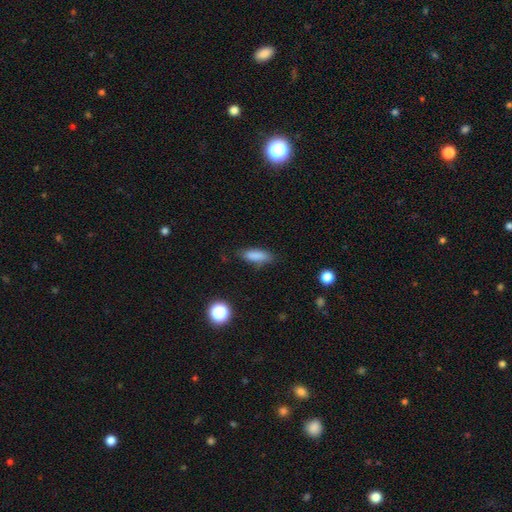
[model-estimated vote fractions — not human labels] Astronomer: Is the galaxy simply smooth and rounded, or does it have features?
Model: smooth — 85%.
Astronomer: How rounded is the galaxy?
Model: in between — 58% (runner-up: cigar-shaped, 39%).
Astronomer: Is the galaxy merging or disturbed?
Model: none — 79%.